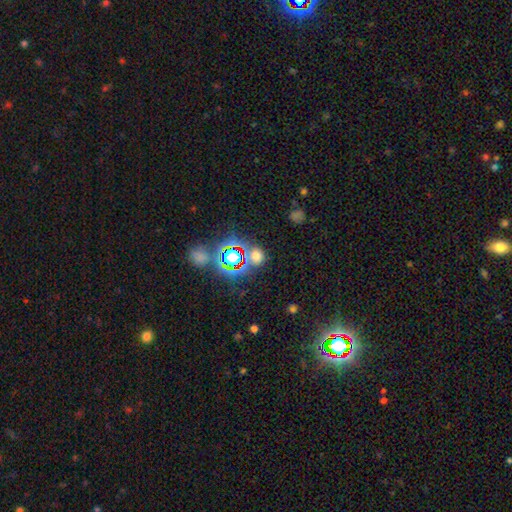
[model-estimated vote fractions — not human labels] Smooth or featured? smooth (47%)
Merging? none (67%)